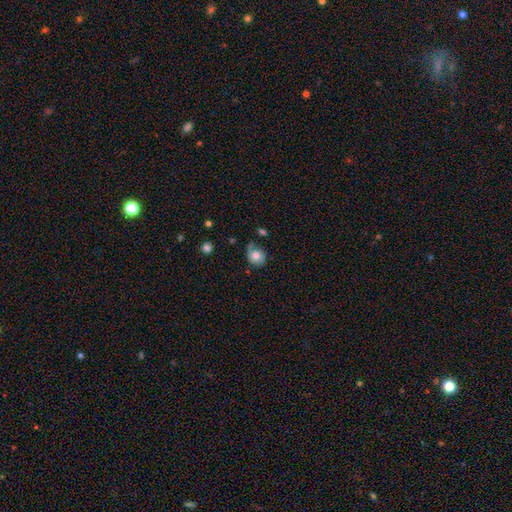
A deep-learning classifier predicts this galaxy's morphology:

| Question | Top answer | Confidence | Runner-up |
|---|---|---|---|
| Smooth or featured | smooth | 69% | featured or disk (22%) |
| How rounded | round | 66% | in between (33%) |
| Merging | none | 53% | minor disturbance (28%) |